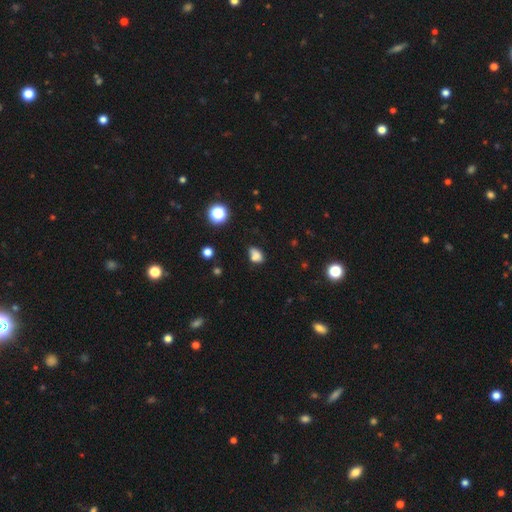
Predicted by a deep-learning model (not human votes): smooth_or_featured: smooth (p=0.77) [alt: star or artifact p=0.14]
how_rounded: in between (p=0.76) [alt: round p=0.22]
merging: none (p=0.52) [alt: minor disturbance p=0.28]